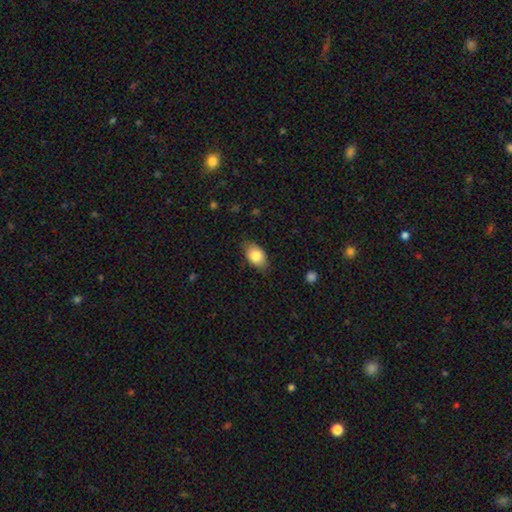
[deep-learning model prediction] Smooth or featured: smooth — 83% (featured or disk — 10%)
How rounded: in between — 85% (round — 14%)
Merging: none — 77% (minor disturbance — 18%)